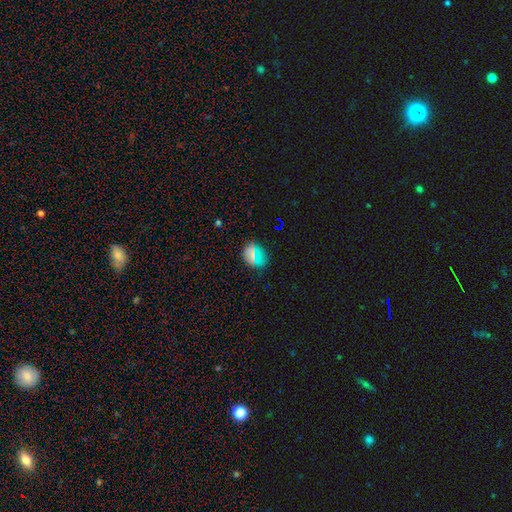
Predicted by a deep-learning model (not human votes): smooth 63%, star or artifact 27%, featured or disk 10%. Down the decision tree: how rounded — round (59%); merging — none (84%).